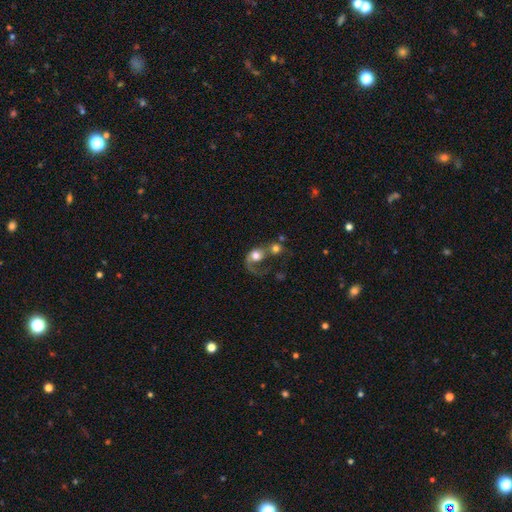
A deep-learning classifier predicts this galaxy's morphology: The model was most divided on "smooth or featured": featured or disk: 51%, smooth: 41%, star or artifact: 9%. More confident: edge-on disk — no (96%); merging — merger (51%).